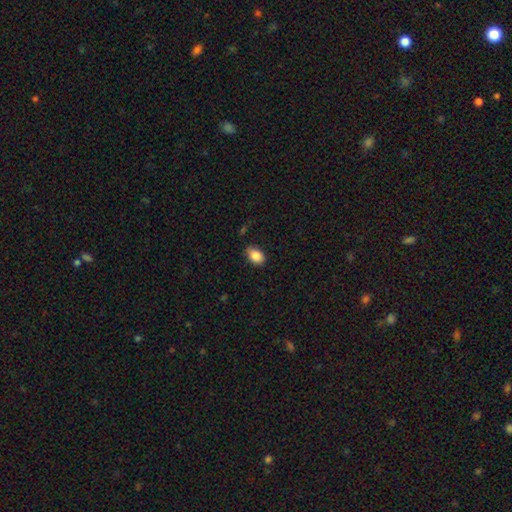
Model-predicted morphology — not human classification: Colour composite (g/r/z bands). It shows a smooth galaxy with no disk features (87%) that is in between round and cigar-shaped (81%). Merging: none (78%).